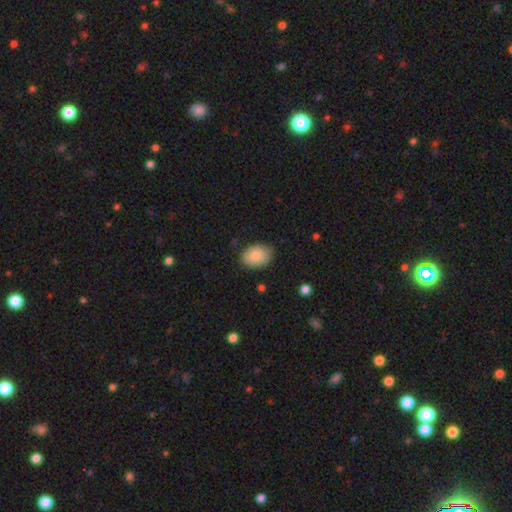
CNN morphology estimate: Smooth or featured? Predicted: smooth (p=0.86). How rounded? Predicted: in between (p=0.78). Merging? Predicted: none (p=0.80).